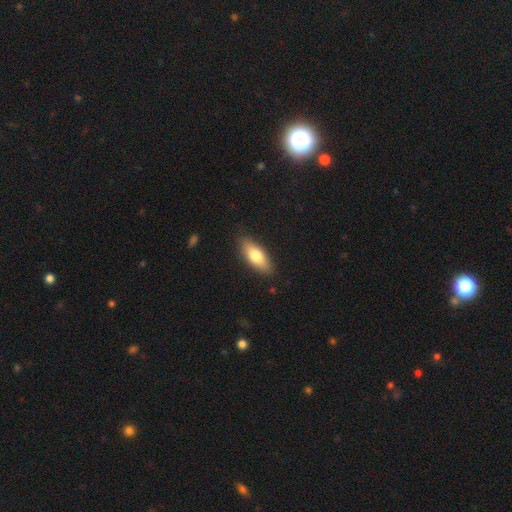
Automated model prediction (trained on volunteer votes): Smooth or featured? smooth (72%)
How rounded? in between (73%)
Merging? none (86%)